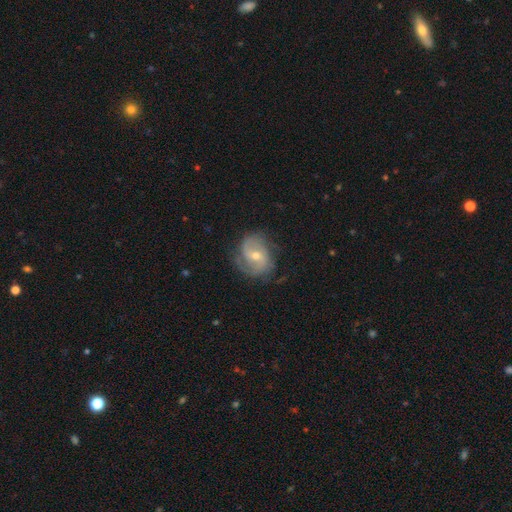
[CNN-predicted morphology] The model was most divided on "bar": no: 46%, weak: 43%, strong: 12%. Remaining: edge-on disk — no (97%); spiral arms — yes (91%); smooth or featured — featured or disk (77%); merging — none (68%); spiral arm count — 2 (63%); bulge size — moderate (51%); spiral winding — medium (43%).